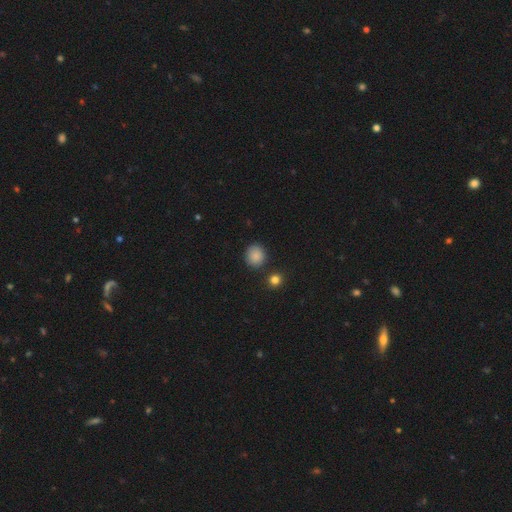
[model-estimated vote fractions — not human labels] Smooth or featured: smooth — 86% (star or artifact — 10%)
How rounded: round — 86% (in between — 13%)
Merging: none — 84% (minor disturbance — 9%)